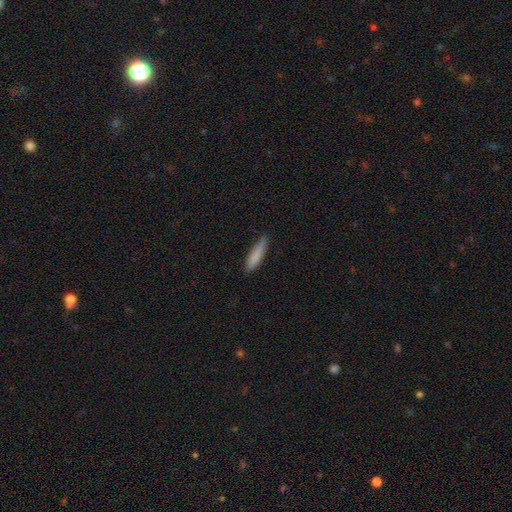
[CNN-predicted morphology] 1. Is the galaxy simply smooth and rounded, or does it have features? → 83% smooth, 11% featured or disk, 6% star or artifact.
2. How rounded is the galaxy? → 83% cigar-shaped, 16% in between, 1% round.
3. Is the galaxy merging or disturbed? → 80% none, 16% minor disturbance, 3% major disturbance, 1% merger.